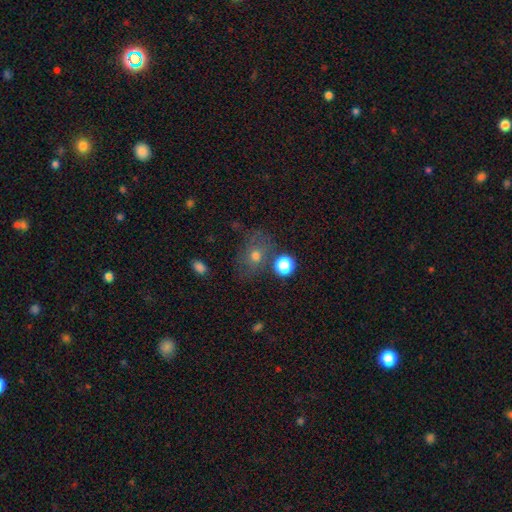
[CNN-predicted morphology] Smooth or featured? Predicted: smooth (p=0.61). How rounded? Predicted: round (p=0.50). Merging? Predicted: none (p=0.65).